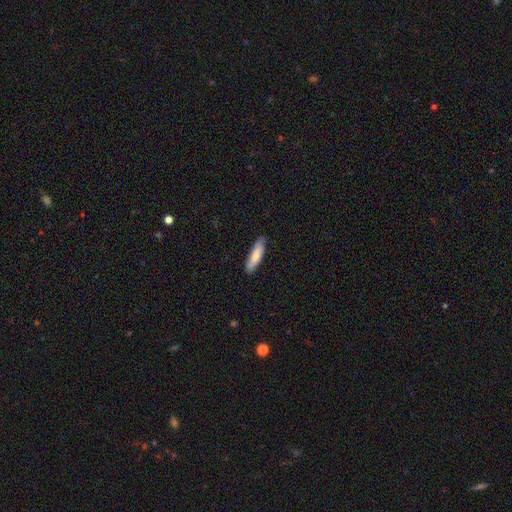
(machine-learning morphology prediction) smooth_or_featured: smooth (p=0.74) [alt: featured or disk p=0.20]
how_rounded: cigar-shaped (p=0.70) [alt: in between p=0.29]
merging: none (p=0.83) [alt: minor disturbance p=0.14]